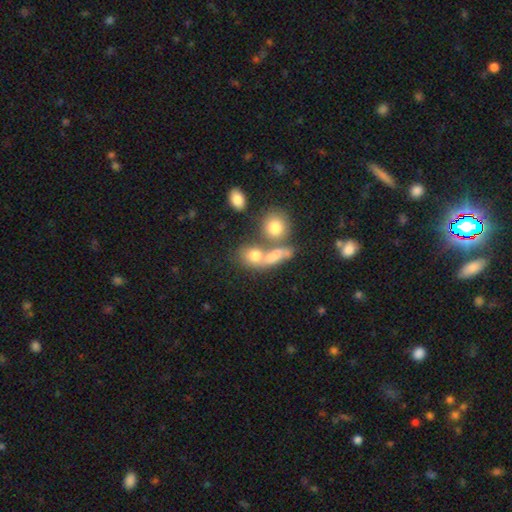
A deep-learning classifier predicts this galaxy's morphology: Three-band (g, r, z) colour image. It shows a smooth galaxy with no disk features (72%) that is round (50%). Merging: merger (45%).